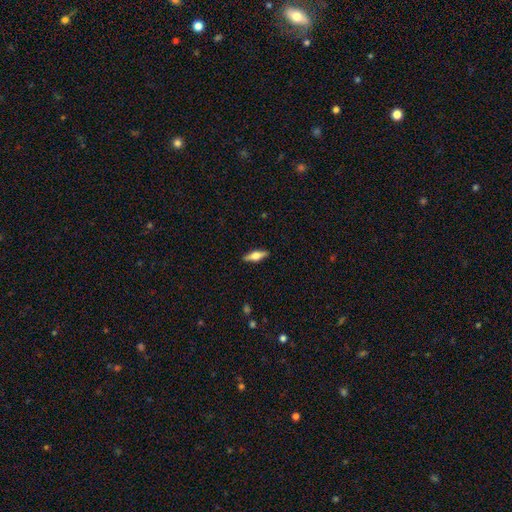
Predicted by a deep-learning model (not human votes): Smooth or featured?
  - featured or disk: 49% *
  - smooth: 45%
  - star or artifact: 6%
Merging?
  - none: 90% *
  - minor disturbance: 7%
  - major disturbance: 2%
  - merger: 1%